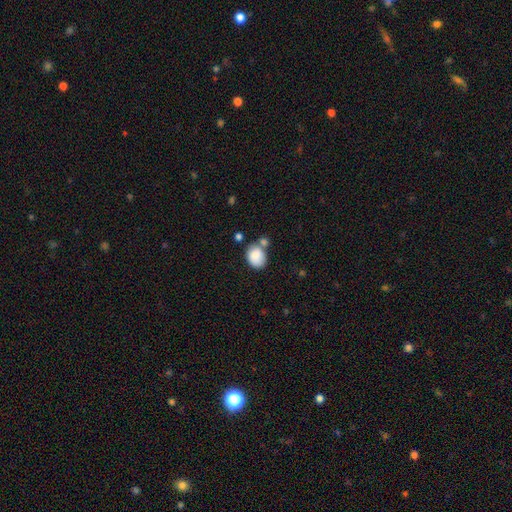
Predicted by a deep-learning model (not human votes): Overall: smooth (85%). How rounded: in between (59%; round 40%). Merging: none (46%; merger 30%).